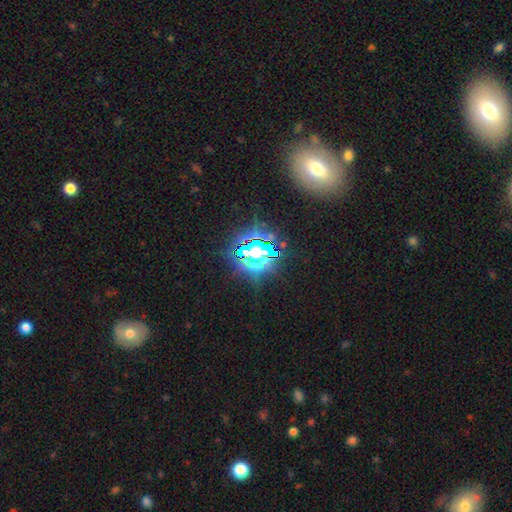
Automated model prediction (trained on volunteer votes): A star or artifact, not a galaxy (74%).